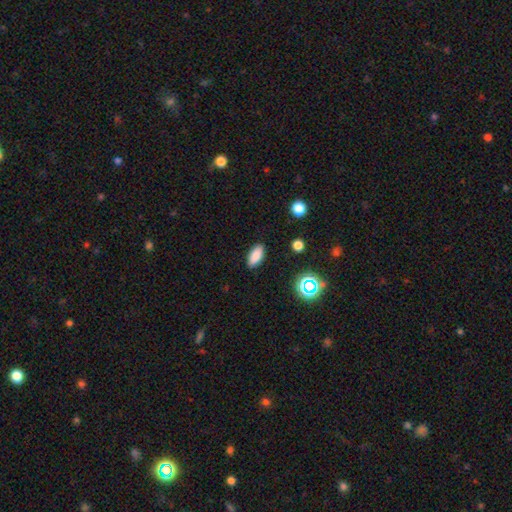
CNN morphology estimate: Smooth or featured? smooth (84%)
How rounded? in between (88%)
Merging? none (88%)